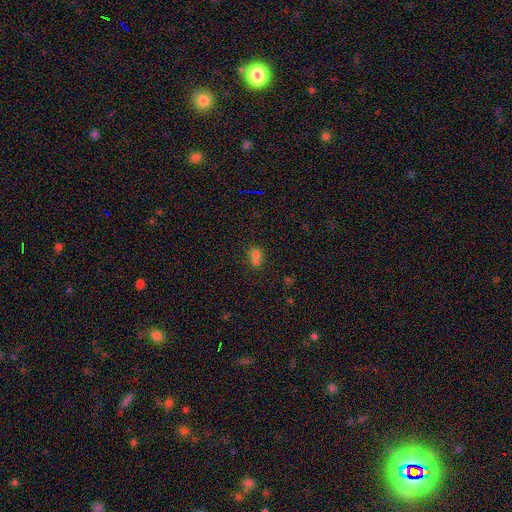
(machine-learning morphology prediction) Smooth or featured? smooth (69%)
How rounded? round (57%)
Merging? merger (51%)